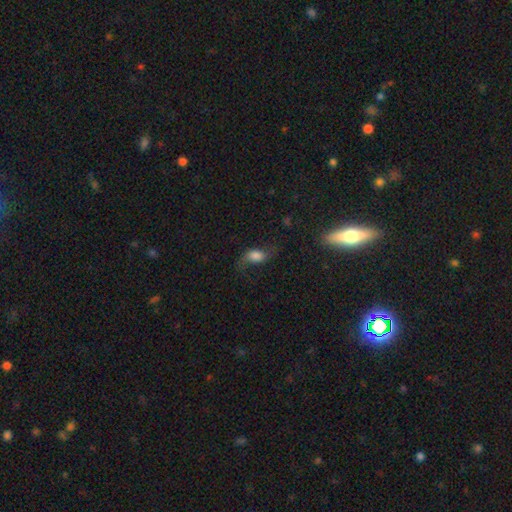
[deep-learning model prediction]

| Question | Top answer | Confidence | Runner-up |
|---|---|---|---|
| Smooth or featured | smooth | 47% | featured or disk (41%) |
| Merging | none | 55% | minor disturbance (21%) |